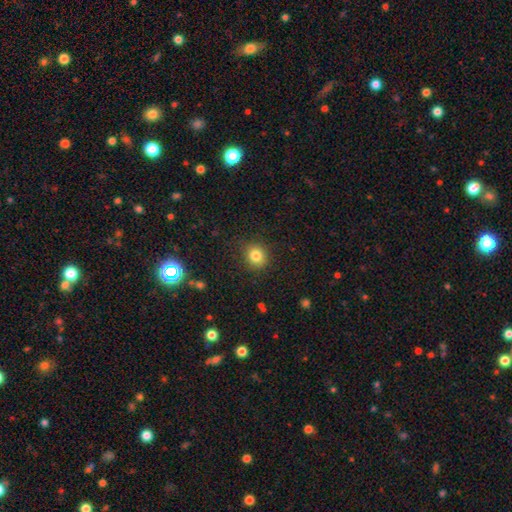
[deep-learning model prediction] A smooth galaxy with no disk features (82%) that is round (81%). Merging: none (88%).